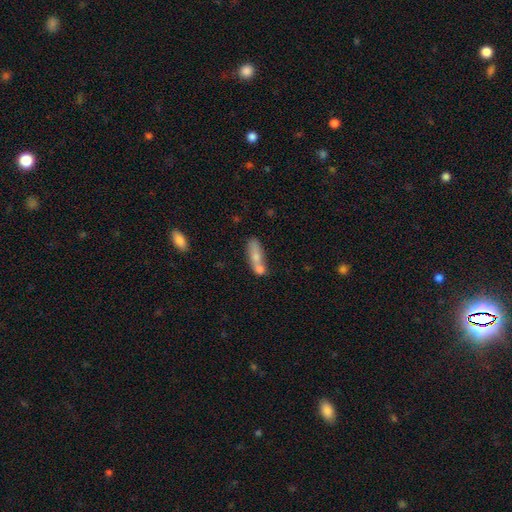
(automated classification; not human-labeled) Morphology: type=smooth (67%); roundness=in between (54%); merging=merger (50%).